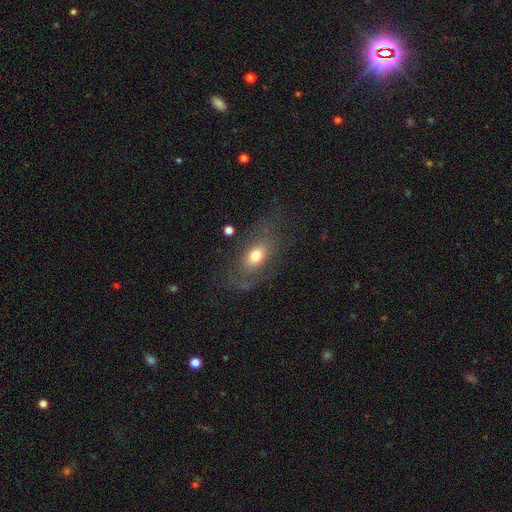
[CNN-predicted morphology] smooth 63%, featured or disk 27%, star or artifact 10%. Down the decision tree: how rounded — in between (82%); merging — none (65%).